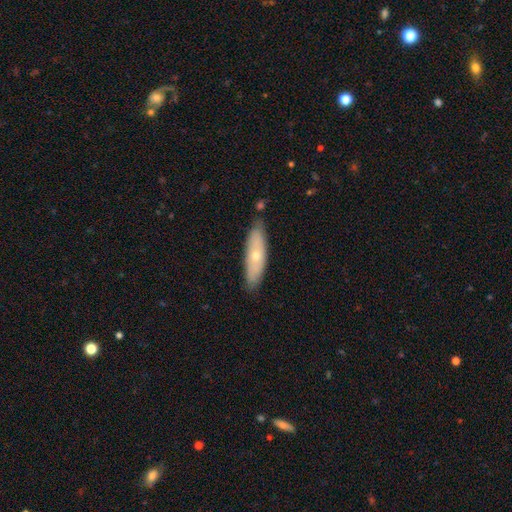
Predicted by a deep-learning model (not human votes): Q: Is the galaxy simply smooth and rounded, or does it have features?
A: smooth — 53%.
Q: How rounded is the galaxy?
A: cigar-shaped — 61%.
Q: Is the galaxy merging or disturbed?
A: none — 80%.